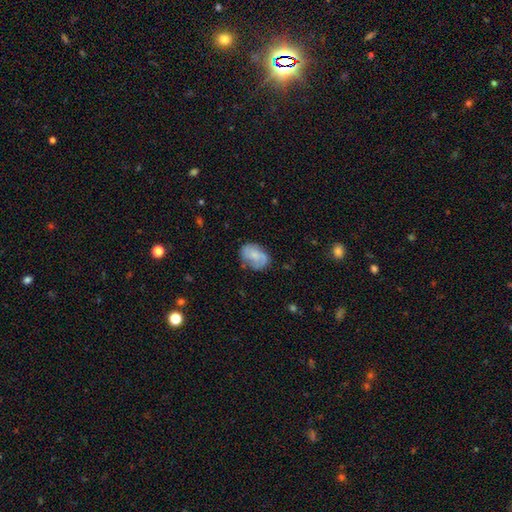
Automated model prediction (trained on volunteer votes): smooth_or_featured: smooth (p=0.55) [alt: featured or disk p=0.37]
how_rounded: in between (p=0.78) [alt: round p=0.21]
merging: none (p=0.64) [alt: minor disturbance p=0.25]